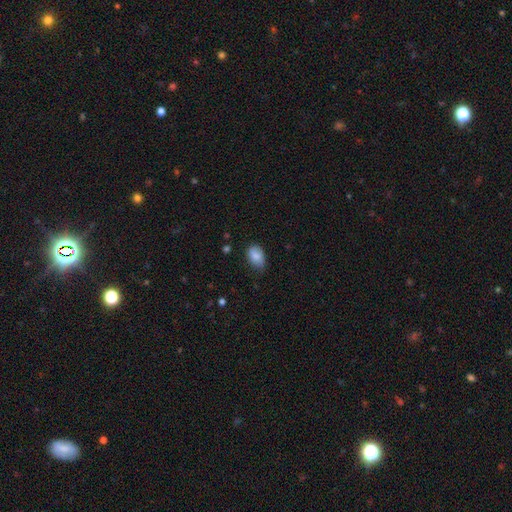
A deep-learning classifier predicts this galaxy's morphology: type=smooth (82%); roundness=in between (87%); merging=none (56%).